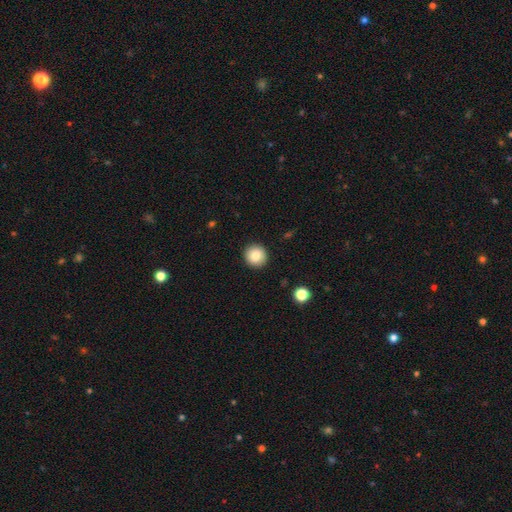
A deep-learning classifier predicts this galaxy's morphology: Q: Smooth or featured?
A: smooth (84%); runner-up: star or artifact (9%)
Q: How rounded?
A: round (93%); runner-up: in between (6%)
Q: Merging?
A: none (92%); runner-up: minor disturbance (5%)